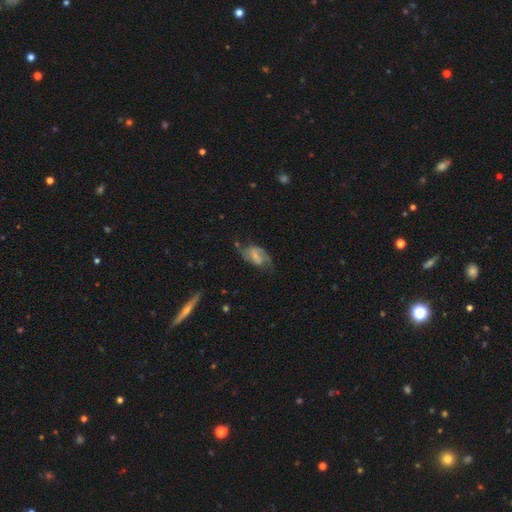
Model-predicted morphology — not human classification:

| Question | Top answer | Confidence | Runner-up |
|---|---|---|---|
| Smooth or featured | featured or disk | 66% | smooth (27%) |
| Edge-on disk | no | 96% | yes (4%) |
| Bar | weak | 50% | no (32%) |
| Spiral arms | yes | 87% | no (13%) |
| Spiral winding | medium | 44% | loose (38%) |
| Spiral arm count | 2 | 79% | can't tell (9%) |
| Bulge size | small | 49% | moderate (24%) |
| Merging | none | 53% | minor disturbance (26%) |